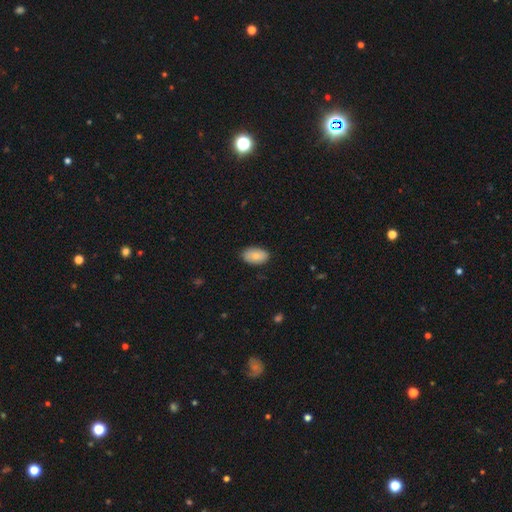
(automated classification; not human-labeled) Morphology: type=smooth (79%); roundness=in between (92%); merging=none (86%).